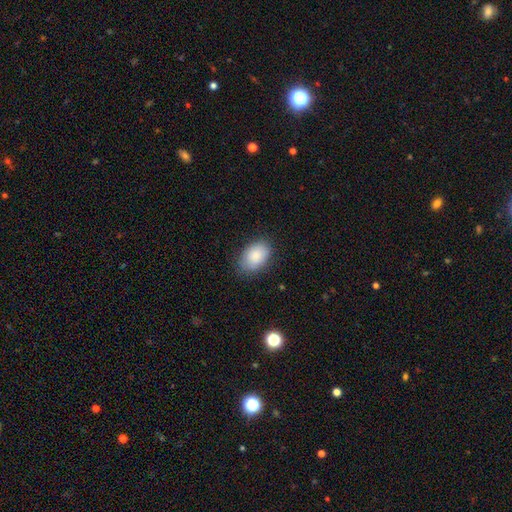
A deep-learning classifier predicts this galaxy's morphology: smooth_or_featured: smooth (p=0.86) [alt: featured or disk p=0.07]
how_rounded: in between (p=0.89) [alt: round p=0.10]
merging: none (p=0.81) [alt: minor disturbance p=0.15]